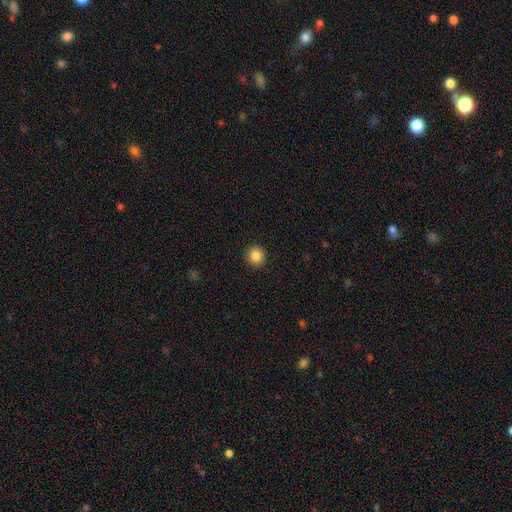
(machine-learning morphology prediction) type=smooth (86%); roundness=round (89%); merging=none (92%).